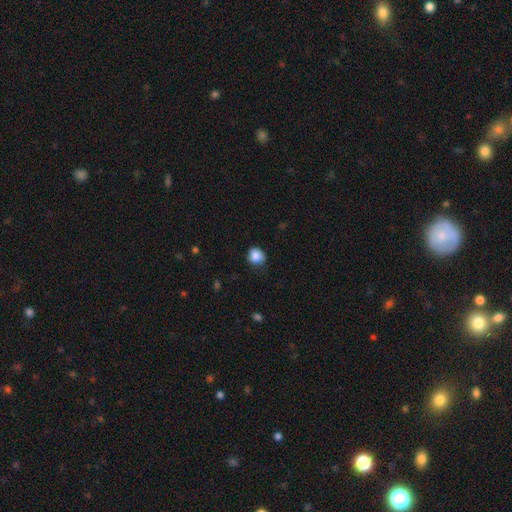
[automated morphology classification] This appears to be a smooth galaxy with no disk features (87%) that is round (78%). Merging: none (76%).